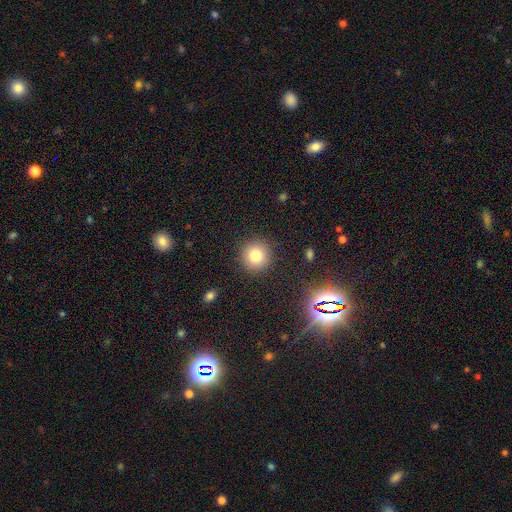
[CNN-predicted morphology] Smooth or featured? Predicted: smooth (p=0.78). How rounded? Predicted: round (p=0.94). Merging? Predicted: none (p=0.90).